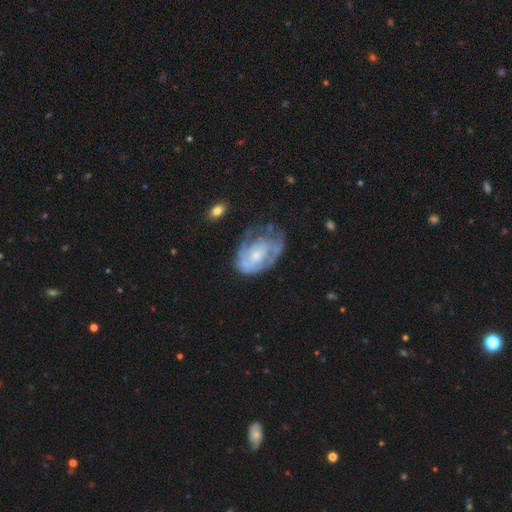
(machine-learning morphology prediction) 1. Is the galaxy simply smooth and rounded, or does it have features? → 71% featured or disk, 22% smooth, 7% star or artifact.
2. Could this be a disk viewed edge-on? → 96% no, 4% yes.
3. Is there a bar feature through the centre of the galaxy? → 68% no, 27% weak, 5% strong.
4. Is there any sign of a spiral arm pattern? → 71% yes, 29% no.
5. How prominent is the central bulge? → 59% small, 31% moderate, 6% none, 3% large, 1% dominant.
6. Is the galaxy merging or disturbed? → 46% none, 29% minor disturbance, 23% major disturbance, 3% merger.